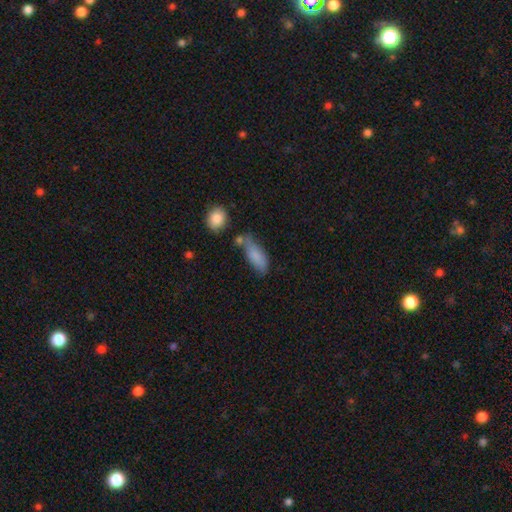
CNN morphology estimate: type=smooth (81%); roundness=in between (72%); merging=none (49%).